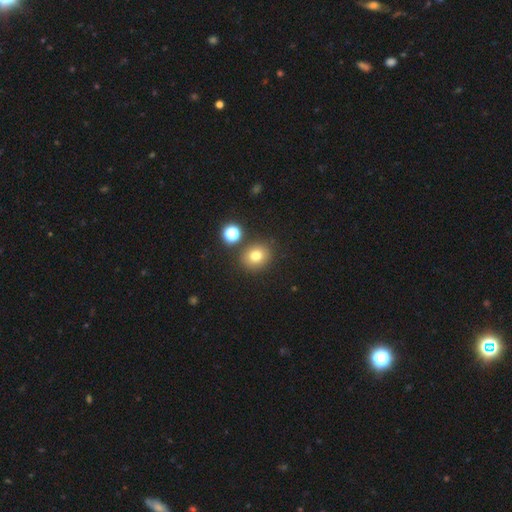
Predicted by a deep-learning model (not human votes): smooth_or_featured: smooth (p=0.76) [alt: star or artifact p=0.15]
how_rounded: round (p=0.77) [alt: in between p=0.22]
merging: none (p=0.82) [alt: minor disturbance p=0.08]